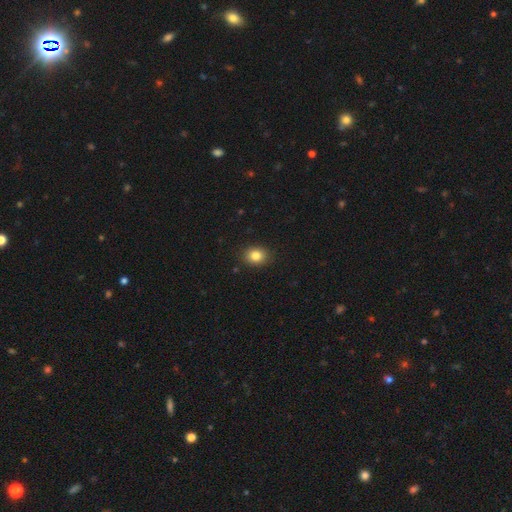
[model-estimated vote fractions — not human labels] This is clearly a smooth galaxy (84%). How rounded: possibly round (53%). Merging: clearly none (89%).